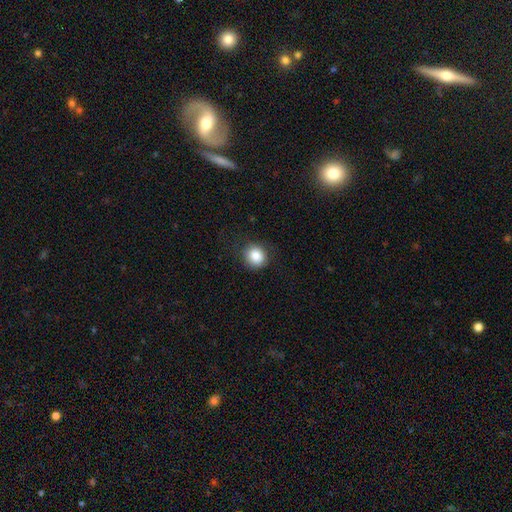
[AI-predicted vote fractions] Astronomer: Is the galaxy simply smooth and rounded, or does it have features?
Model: smooth — 86%.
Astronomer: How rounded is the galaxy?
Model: round — 79%.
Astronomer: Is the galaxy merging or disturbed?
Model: none — 82%.